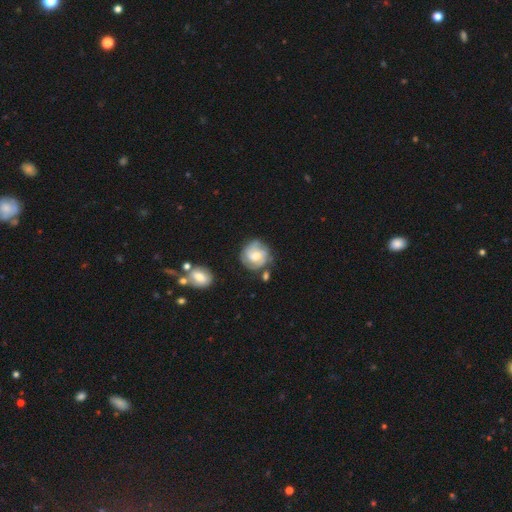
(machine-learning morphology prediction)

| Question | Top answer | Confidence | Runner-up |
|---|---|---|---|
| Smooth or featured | featured or disk | 61% | smooth (33%) |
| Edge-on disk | no | 98% | yes (2%) |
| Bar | no | 58% | weak (36%) |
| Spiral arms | yes | 89% | no (11%) |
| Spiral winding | tight | 55% | medium (34%) |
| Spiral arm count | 2 | 29% | tied: can't tell (29%) |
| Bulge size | moderate | 58% | small (23%) |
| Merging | none | 70% | minor disturbance (18%) |